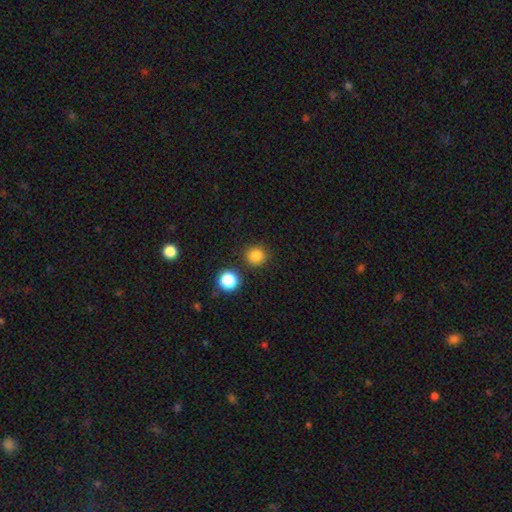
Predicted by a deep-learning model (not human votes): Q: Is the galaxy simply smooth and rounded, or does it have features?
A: smooth — 83%.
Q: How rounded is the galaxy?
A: round — 92%.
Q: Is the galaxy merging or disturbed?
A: none — 86%.